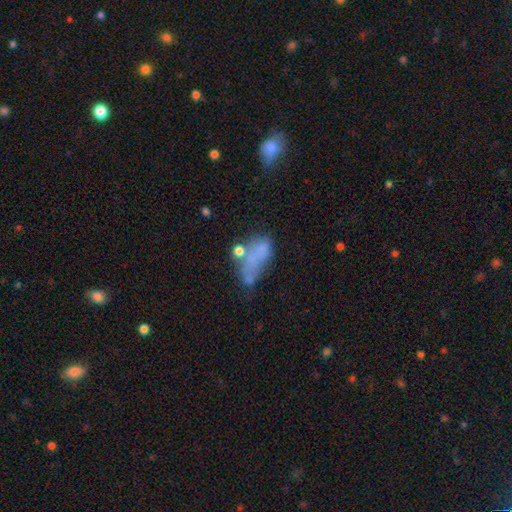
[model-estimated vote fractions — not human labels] Morphology: type=smooth (54%); roundness=in between (83%); merging=major disturbance (30%).